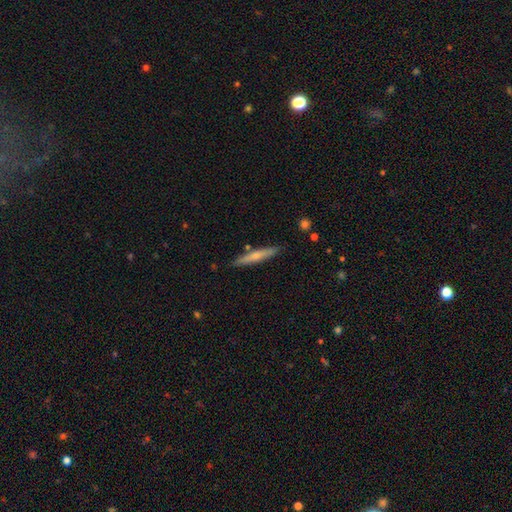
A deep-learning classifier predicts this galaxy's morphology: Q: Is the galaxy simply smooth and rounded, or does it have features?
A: smooth — 60%.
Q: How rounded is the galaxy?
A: cigar-shaped — 93%.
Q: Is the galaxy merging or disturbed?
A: none — 85%.